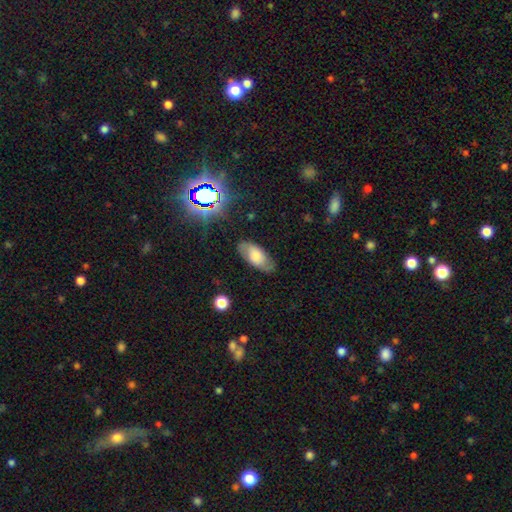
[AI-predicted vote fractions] Morphology: type=smooth (61%); roundness=in between (89%); merging=none (78%).